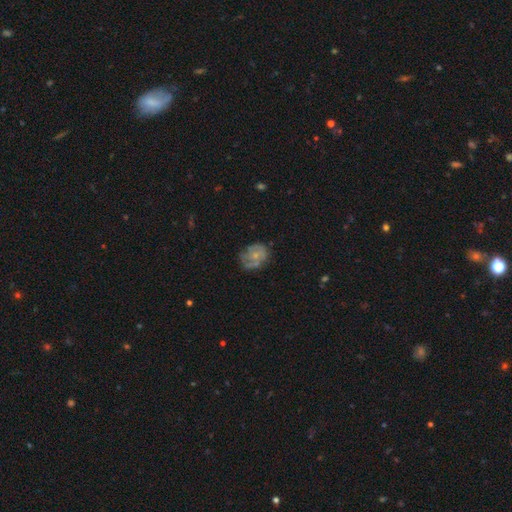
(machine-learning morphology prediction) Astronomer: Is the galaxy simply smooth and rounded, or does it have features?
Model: featured or disk — 55% (runner-up: smooth, 36%).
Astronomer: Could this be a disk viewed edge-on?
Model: no — 98%.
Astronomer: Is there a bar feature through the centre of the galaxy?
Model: no — 83%.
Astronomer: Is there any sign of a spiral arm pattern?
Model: yes — 58% (runner-up: no, 42%).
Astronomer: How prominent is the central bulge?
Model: small — 62%.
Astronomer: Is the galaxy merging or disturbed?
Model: none — 54%.